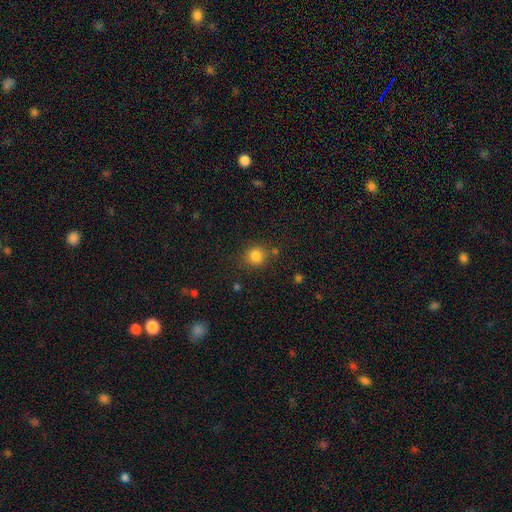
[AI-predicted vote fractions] A smooth galaxy with no disk features (82%) that is round (85%).

Vote fractions:
- Smooth or featured? smooth: 82% / star or artifact: 12% / featured or disk: 5%
- How rounded? round: 85% / in between: 15% / cigar-shaped: 1%
- Merging? none: 79% / minor disturbance: 11% / merger: 6% / major disturbance: 4%